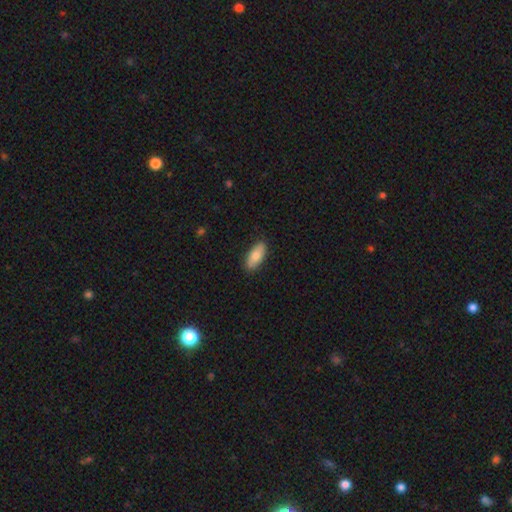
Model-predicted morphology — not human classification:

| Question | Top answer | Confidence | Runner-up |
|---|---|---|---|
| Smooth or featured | smooth | 80% | featured or disk (14%) |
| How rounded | in between | 84% | cigar-shaped (13%) |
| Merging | none | 88% | minor disturbance (9%) |